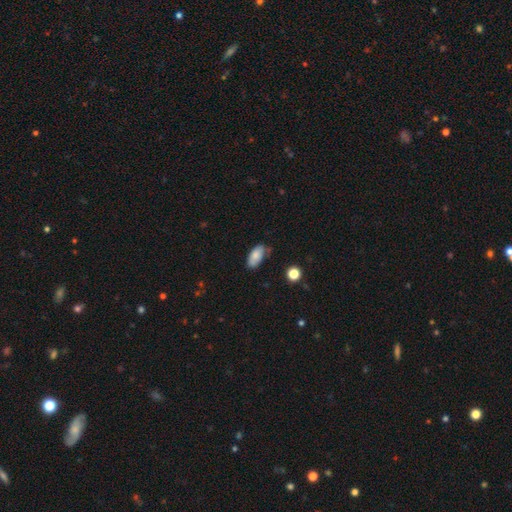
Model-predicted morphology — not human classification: The model was most divided on "merging": none: 63%, minor disturbance: 27%, major disturbance: 5%, merger: 4%. More confident: how rounded — in between (91%); smooth or featured — smooth (79%).